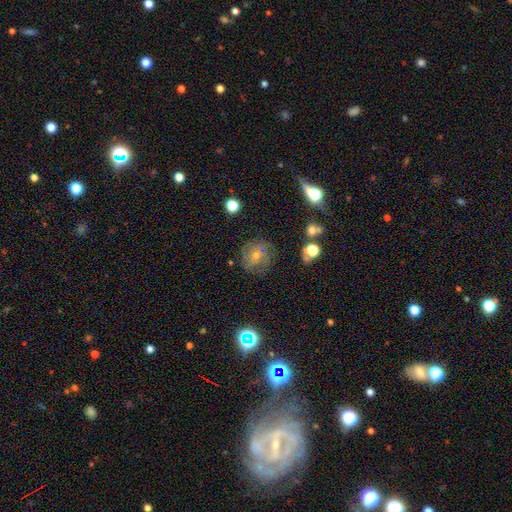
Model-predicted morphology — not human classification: This is likely a featured or disk galaxy (65%). It is clearly not viewed edge-on (96%). Bar: likely no (65%). Spiral arm pattern: clearly yes (90%). Spiral arm count: marginally can't tell (38%). Spiral winding: possibly tight (55%). Central bulge: likely small (60%). Merging: likely none (76%).